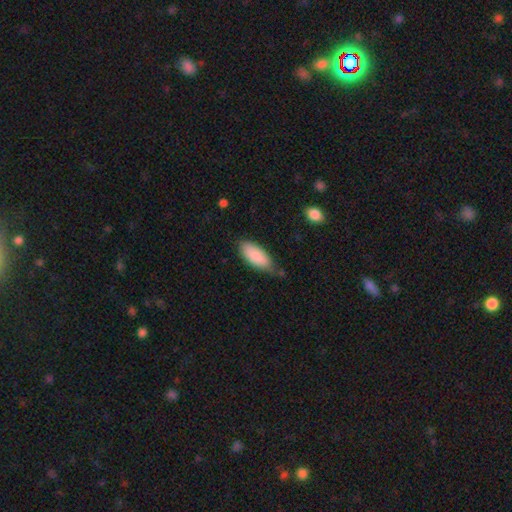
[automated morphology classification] A smooth galaxy with no disk features (88%) that is in between round and cigar-shaped (83%). Merging: none (61%).